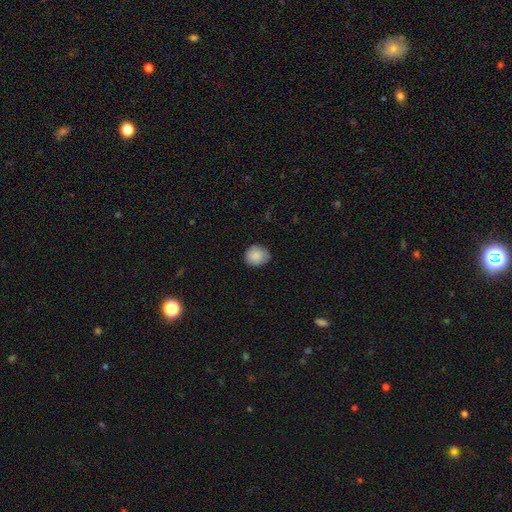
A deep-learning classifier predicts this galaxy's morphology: Overall: smooth (87%). How rounded: round (79%). Merging: none (75%).